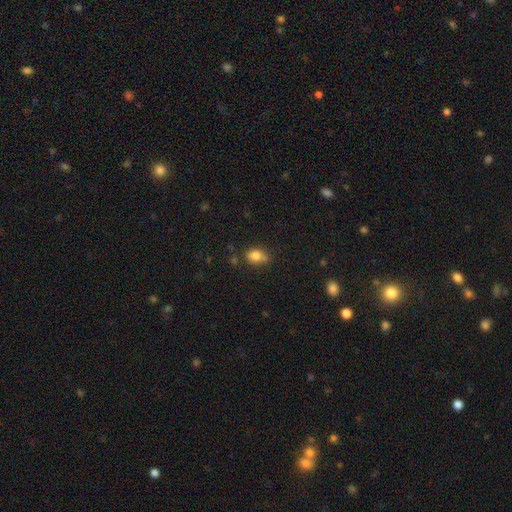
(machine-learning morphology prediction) Smooth or featured?
  - smooth: 81% *
  - star or artifact: 11%
  - featured or disk: 9%
How rounded?
  - in between: 61% *
  - round: 37%
  - cigar-shaped: 2%
Merging?
  - none: 50% *
  - minor disturbance: 26%
  - merger: 17%
  - major disturbance: 7%